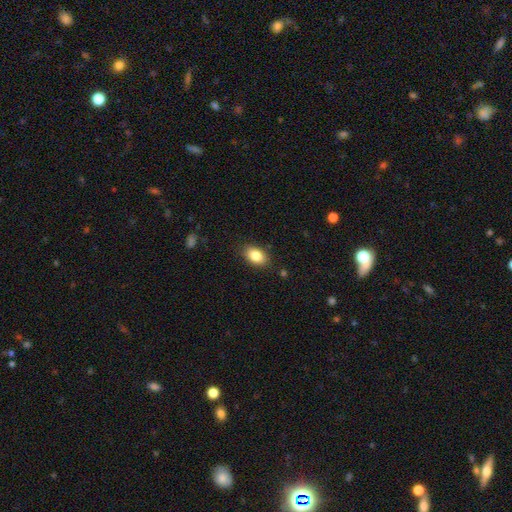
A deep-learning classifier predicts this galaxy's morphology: type=smooth (84%); roundness=in between (86%); merging=none (86%).